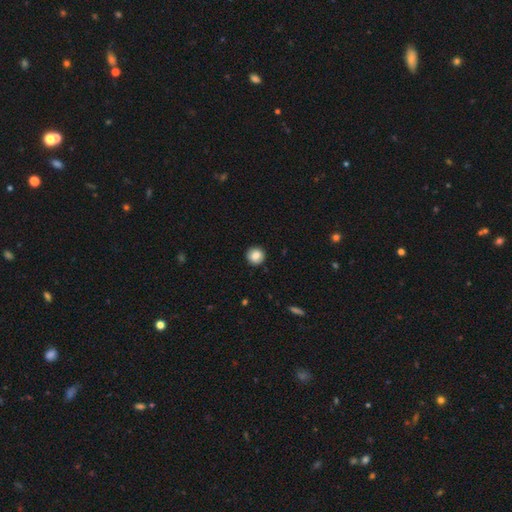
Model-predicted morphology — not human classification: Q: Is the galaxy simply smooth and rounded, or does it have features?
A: smooth — 85%.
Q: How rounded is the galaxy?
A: round — 94%.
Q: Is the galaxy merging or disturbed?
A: none — 91%.